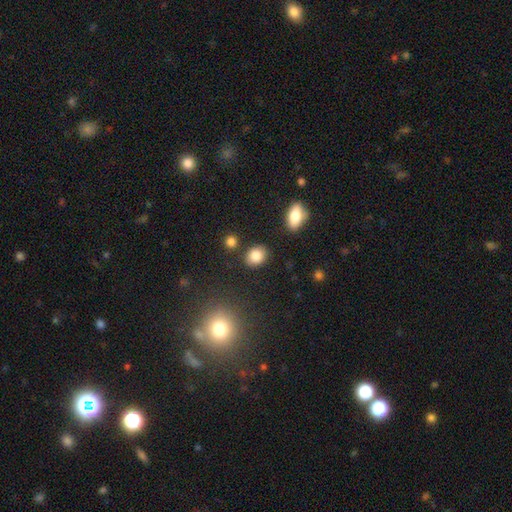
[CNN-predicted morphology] Smooth or featured? Predicted: smooth (p=0.85). How rounded? Predicted: in between (p=0.60). Merging? Predicted: none (p=0.83).